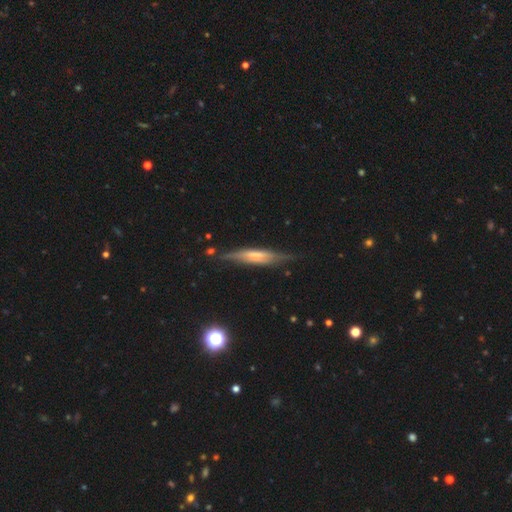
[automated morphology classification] This appears to be a featured or disk galaxy (61%) viewed edge-on (85%) with a boxy central bulge (38%). Merging: none (69%).